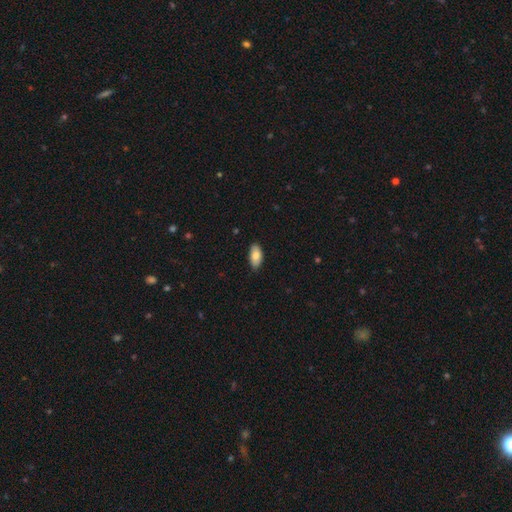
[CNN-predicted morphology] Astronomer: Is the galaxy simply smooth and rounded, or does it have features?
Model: smooth — 82%.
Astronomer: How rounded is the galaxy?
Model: in between — 94%.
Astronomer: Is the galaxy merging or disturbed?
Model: none — 86%.